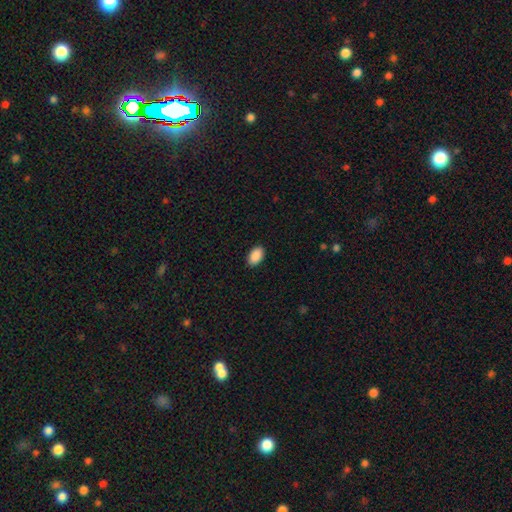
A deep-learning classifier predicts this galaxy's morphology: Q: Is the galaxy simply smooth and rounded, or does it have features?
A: smooth — 91%.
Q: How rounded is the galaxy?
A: in between — 92%.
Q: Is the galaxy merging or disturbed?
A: none — 90%.